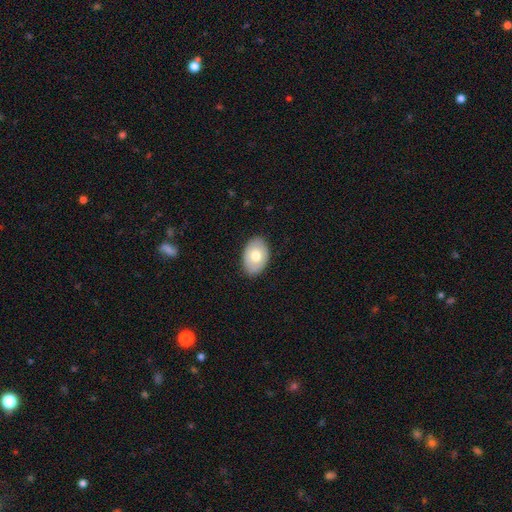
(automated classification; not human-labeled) Overall: smooth (67%). How rounded: in between (85%). Merging: none (85%).